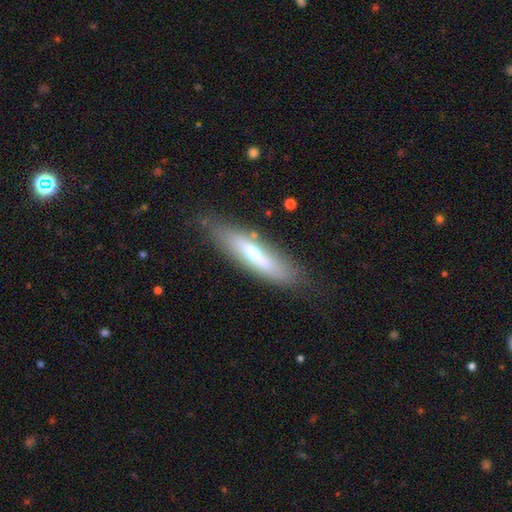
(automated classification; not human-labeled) Morphology: type=smooth (54%); roundness=cigar-shaped (69%); merging=none (76%).